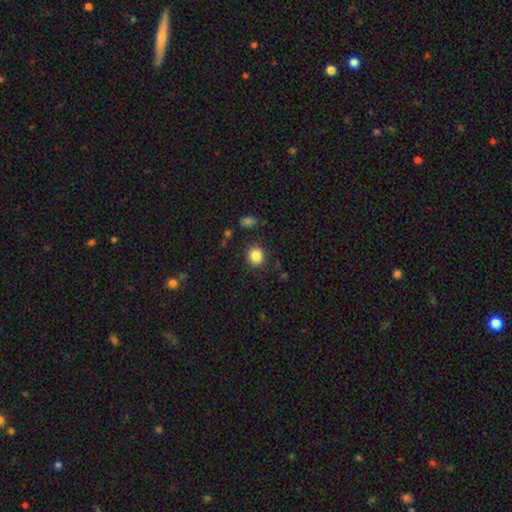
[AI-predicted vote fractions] A smooth galaxy with no disk features (85%) that is round (86%).

Vote fractions:
- Smooth or featured? smooth: 85% / star or artifact: 10% / featured or disk: 5%
- How rounded? round: 86% / in between: 13% / cigar-shaped: 1%
- Merging? none: 88% / minor disturbance: 7% / major disturbance: 2% / merger: 2%